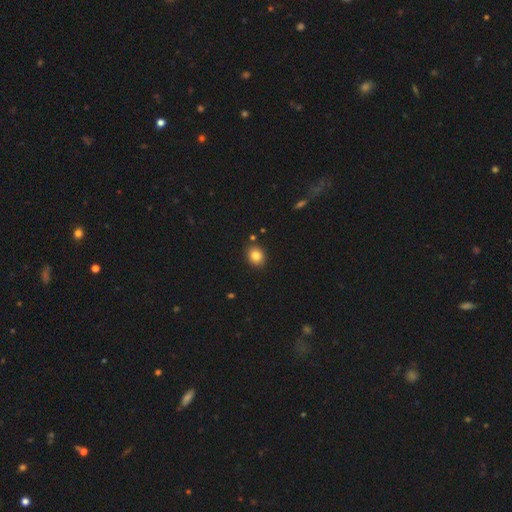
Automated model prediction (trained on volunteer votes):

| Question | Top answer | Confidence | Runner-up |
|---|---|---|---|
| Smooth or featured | smooth | 82% | star or artifact (11%) |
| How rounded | round | 64% | in between (35%) |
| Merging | none | 88% | minor disturbance (8%) |